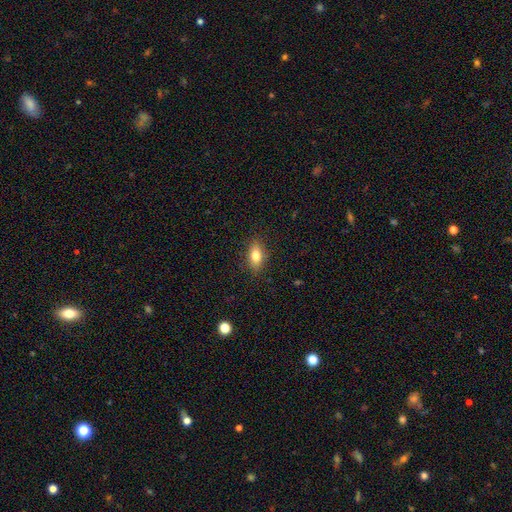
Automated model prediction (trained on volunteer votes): Q: Smooth or featured?
A: smooth (78%); runner-up: featured or disk (13%)
Q: How rounded?
A: in between (83%); runner-up: round (9%)
Q: Merging?
A: none (86%); runner-up: minor disturbance (10%)